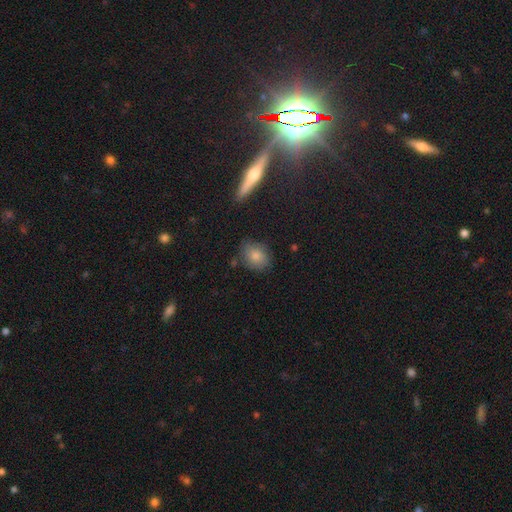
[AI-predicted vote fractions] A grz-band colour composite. It shows a smooth galaxy with no disk features (80%) that is round (52%). Merging: none (74%).